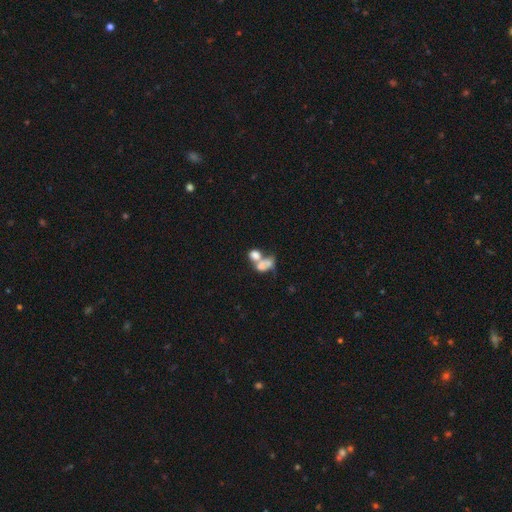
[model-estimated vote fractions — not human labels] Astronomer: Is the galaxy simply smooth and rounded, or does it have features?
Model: smooth — 61%.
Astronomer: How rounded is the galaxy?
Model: in between — 60% (runner-up: round, 37%).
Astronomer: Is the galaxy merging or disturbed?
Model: merger — 65%.